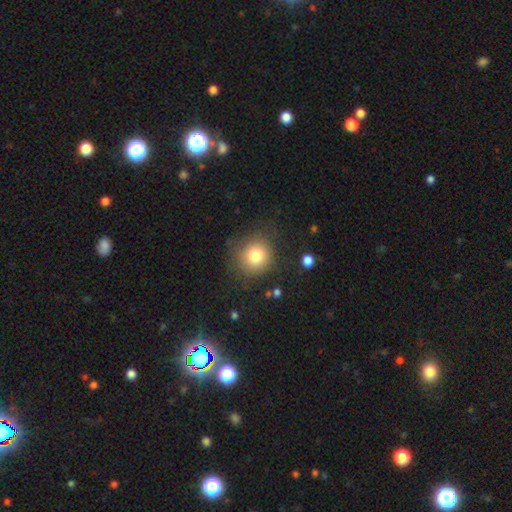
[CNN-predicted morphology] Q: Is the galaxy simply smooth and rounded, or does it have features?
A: smooth — 79%.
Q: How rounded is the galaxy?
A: round — 88%.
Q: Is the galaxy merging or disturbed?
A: none — 80%.